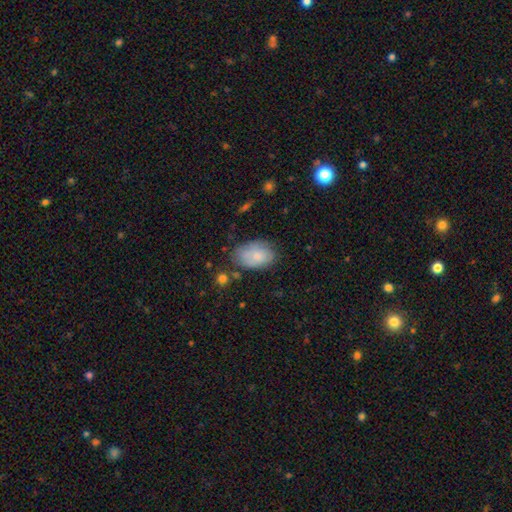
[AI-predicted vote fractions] smooth_or_featured: smooth (p=0.74) [alt: featured or disk p=0.19]
how_rounded: in between (p=0.87) [alt: round p=0.12]
merging: none (p=0.66) [alt: minor disturbance p=0.24]